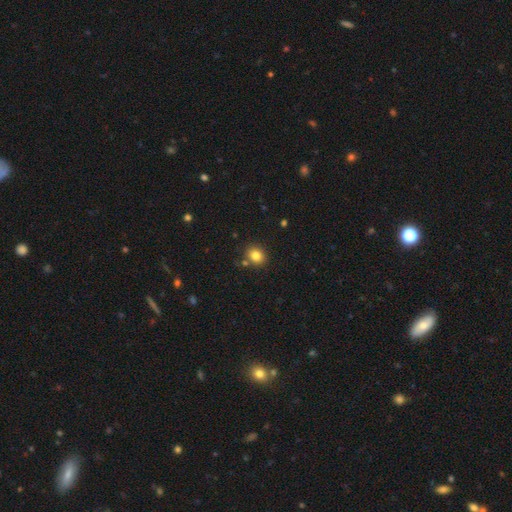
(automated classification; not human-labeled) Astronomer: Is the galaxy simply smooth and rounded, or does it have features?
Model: smooth — 82%.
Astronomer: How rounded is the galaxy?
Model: round — 65%.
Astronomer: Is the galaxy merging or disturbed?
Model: none — 81%.